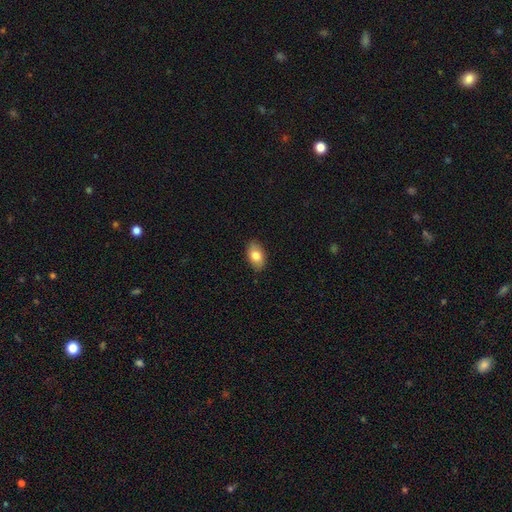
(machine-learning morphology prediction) smooth-or-featured: smooth: 81% | featured or disk: 11% | star or artifact: 7%
  how-rounded: in between: 91% | round: 8% | cigar-shaped: 2%
  merging: none: 87% | minor disturbance: 10% | major disturbance: 2% | merger: 1%